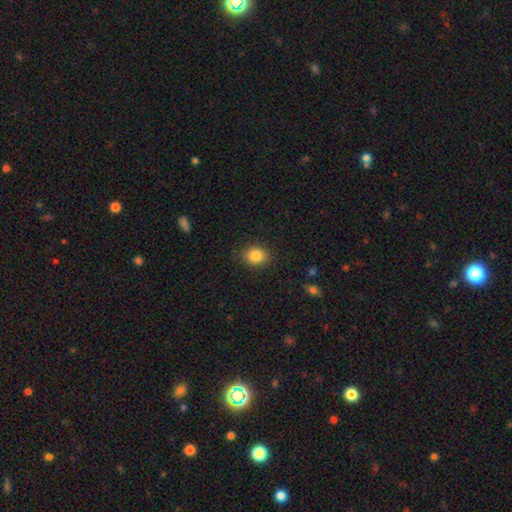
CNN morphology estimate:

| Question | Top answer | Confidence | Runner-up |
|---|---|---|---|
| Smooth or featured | smooth | 85% | star or artifact (10%) |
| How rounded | round | 61% | in between (38%) |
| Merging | none | 86% | minor disturbance (10%) |